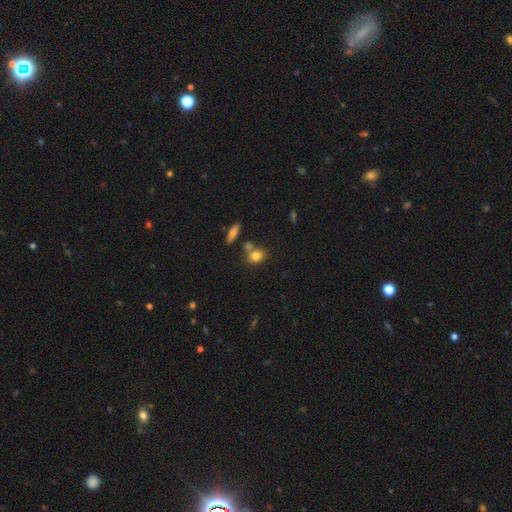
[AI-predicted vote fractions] A smooth galaxy with no disk features (80%) that is round (52%). Merging: none (61%).